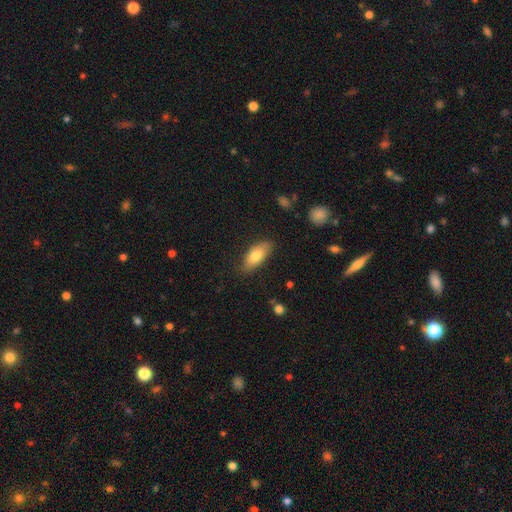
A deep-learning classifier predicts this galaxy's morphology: Smooth or featured?
  - smooth: 74% *
  - featured or disk: 20%
  - star or artifact: 6%
How rounded?
  - in between: 83% *
  - cigar-shaped: 14%
  - round: 3%
Merging?
  - none: 80% *
  - minor disturbance: 16%
  - major disturbance: 3%
  - merger: 1%